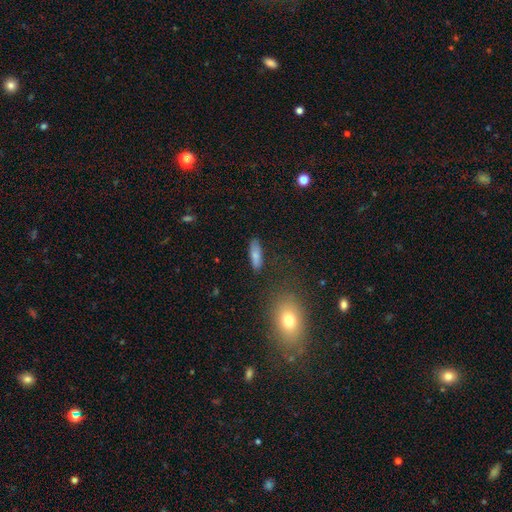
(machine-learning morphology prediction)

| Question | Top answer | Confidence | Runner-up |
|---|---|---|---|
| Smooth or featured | smooth | 77% | featured or disk (15%) |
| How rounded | in between | 51% | cigar-shaped (46%) |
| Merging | none | 80% | minor disturbance (13%) |